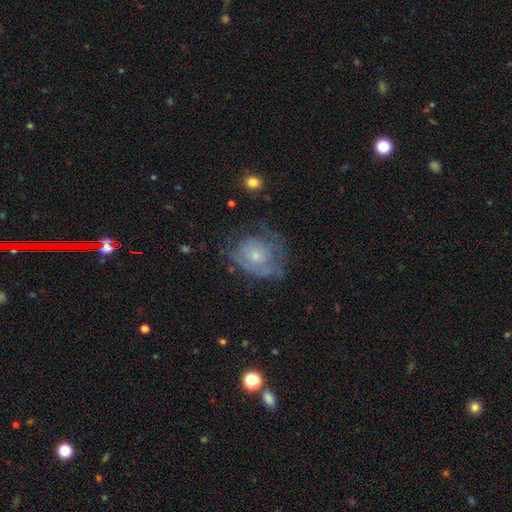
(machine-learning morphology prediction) Smooth or featured? featured or disk (55%)
Edge-on disk? no (97%)
Bar? no (85%)
Spiral arms? yes (56%)
Bulge size? small (65%)
Merging? none (49%)